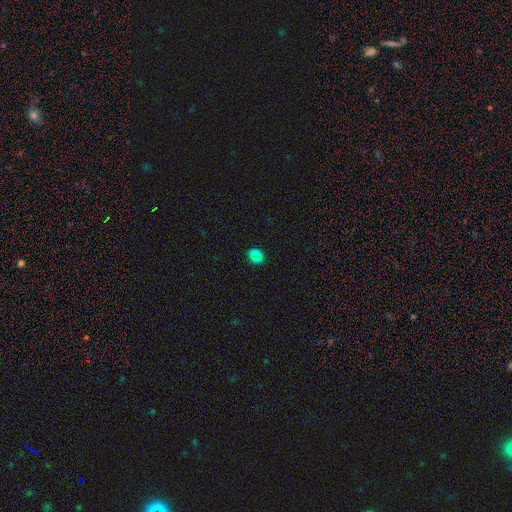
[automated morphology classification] Smooth or featured? Predicted: smooth (p=0.71). How rounded? Predicted: round (p=0.53). Merging? Predicted: none (p=0.70).